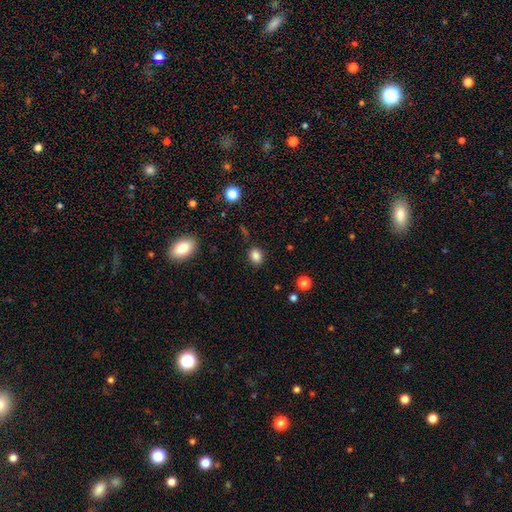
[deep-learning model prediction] Smooth or featured: smooth — 85% (star or artifact — 11%)
How rounded: in between — 60% (round — 39%)
Merging: none — 85% (minor disturbance — 10%)